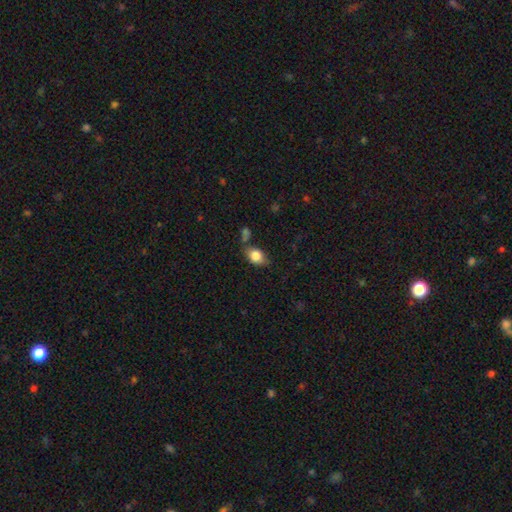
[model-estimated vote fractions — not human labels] Q: Smooth or featured?
A: smooth (82%); runner-up: featured or disk (10%)
Q: How rounded?
A: in between (76%); runner-up: round (22%)
Q: Merging?
A: none (61%); runner-up: minor disturbance (23%)